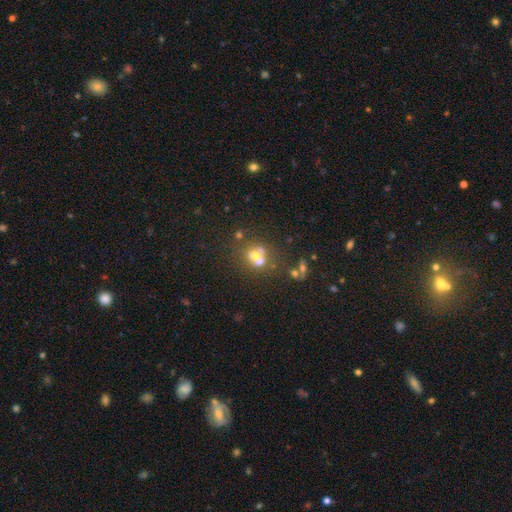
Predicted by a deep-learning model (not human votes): Smooth or featured?
  - smooth: 47% *
  - star or artifact: 41%
  - featured or disk: 12%
Merging?
  - none: 61% *
  - merger: 23%
  - minor disturbance: 10%
  - major disturbance: 6%